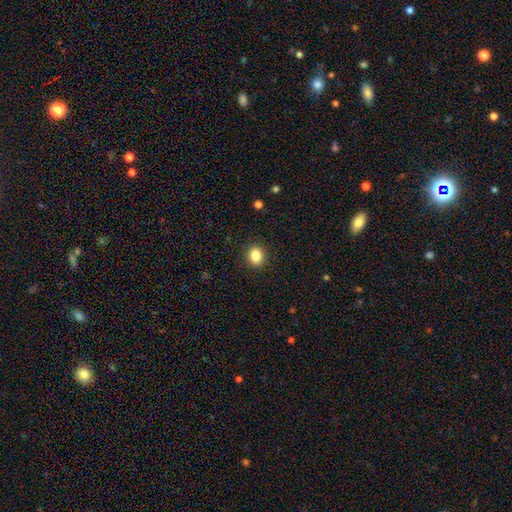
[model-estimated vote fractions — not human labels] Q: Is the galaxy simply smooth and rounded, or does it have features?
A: smooth — 85%.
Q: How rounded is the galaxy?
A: round — 67%.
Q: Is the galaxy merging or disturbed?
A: none — 91%.